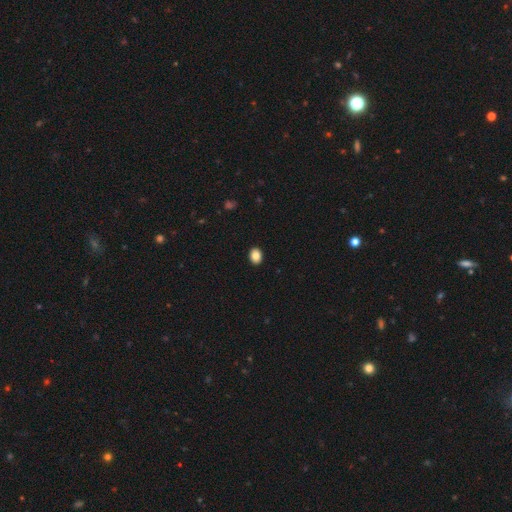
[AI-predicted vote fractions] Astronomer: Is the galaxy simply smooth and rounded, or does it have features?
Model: smooth — 86%.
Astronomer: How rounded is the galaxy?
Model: in between — 61% (runner-up: round, 38%).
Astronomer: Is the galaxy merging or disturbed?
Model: none — 92%.